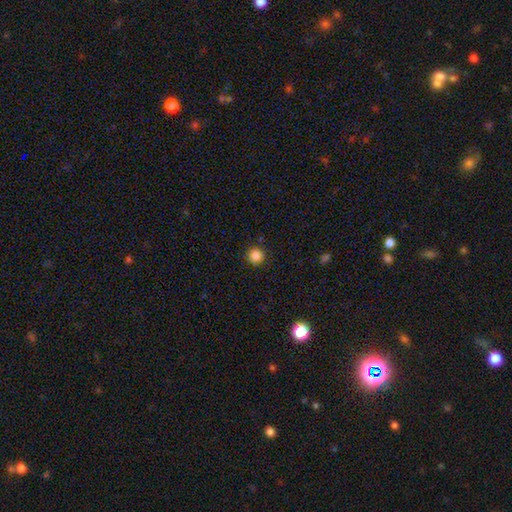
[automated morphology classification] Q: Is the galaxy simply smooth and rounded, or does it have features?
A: smooth — 85%.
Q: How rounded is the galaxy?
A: round — 95%.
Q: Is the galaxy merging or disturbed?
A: none — 91%.